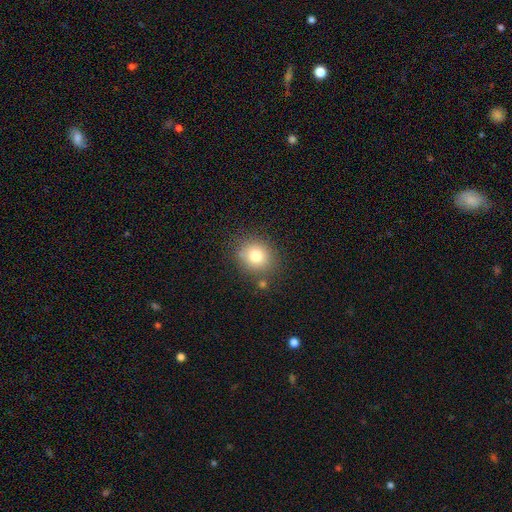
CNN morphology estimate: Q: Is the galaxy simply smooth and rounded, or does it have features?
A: smooth — 78%.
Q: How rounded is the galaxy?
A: round — 79%.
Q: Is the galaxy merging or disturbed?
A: none — 79%.